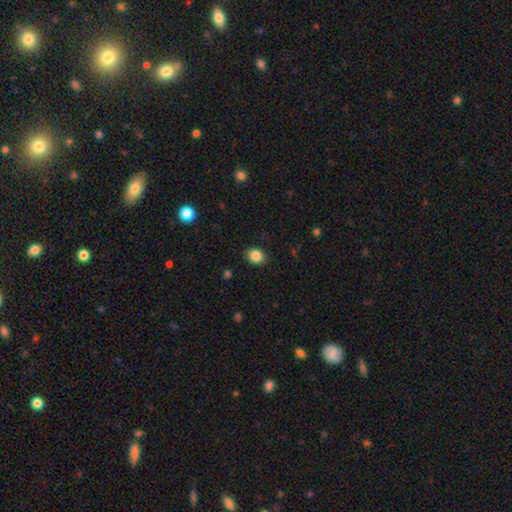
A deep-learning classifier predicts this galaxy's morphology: Overall: smooth (86%). How rounded: round (54%; in between 45%). Merging: none (89%).